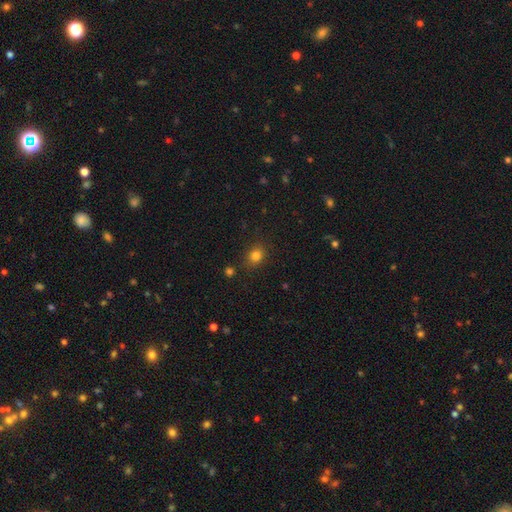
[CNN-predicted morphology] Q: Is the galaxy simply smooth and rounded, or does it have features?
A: smooth — 81%.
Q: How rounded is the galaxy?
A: round — 62%.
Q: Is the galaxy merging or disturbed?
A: none — 83%.